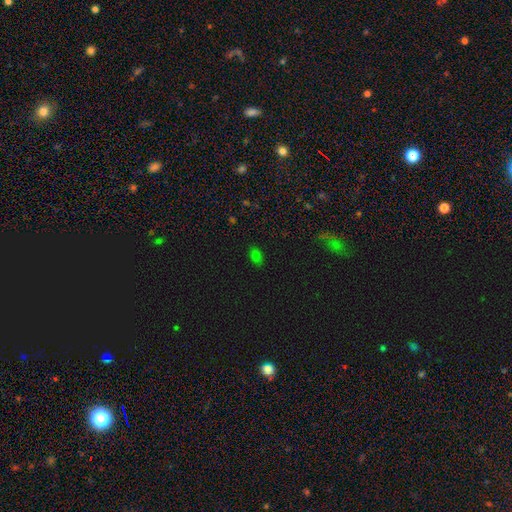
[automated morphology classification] This is likely a smooth galaxy (71%). How rounded: clearly in between (83%). Merging: clearly none (83%).